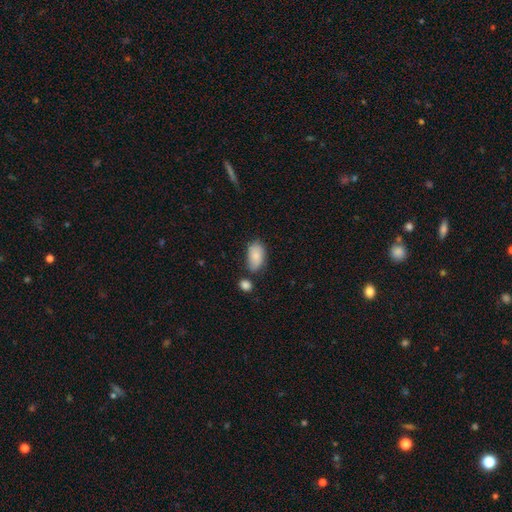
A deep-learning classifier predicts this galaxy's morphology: type=smooth (82%); roundness=in between (93%); merging=none (58%).